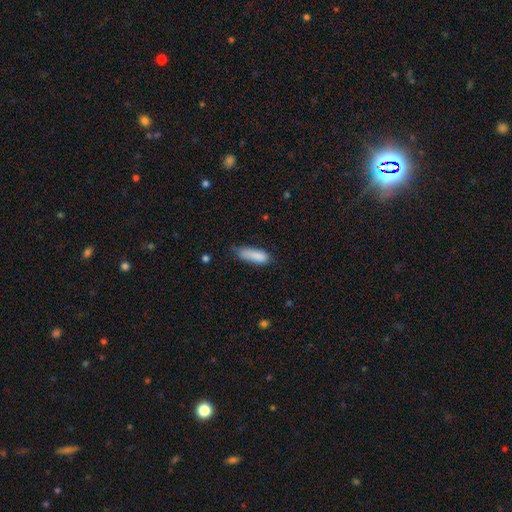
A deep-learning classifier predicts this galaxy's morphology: The model was most divided on "merging": none: 50%, minor disturbance: 37%, major disturbance: 10%, merger: 3%. More confident: smooth or featured — smooth (85%); how rounded — in between (58%).